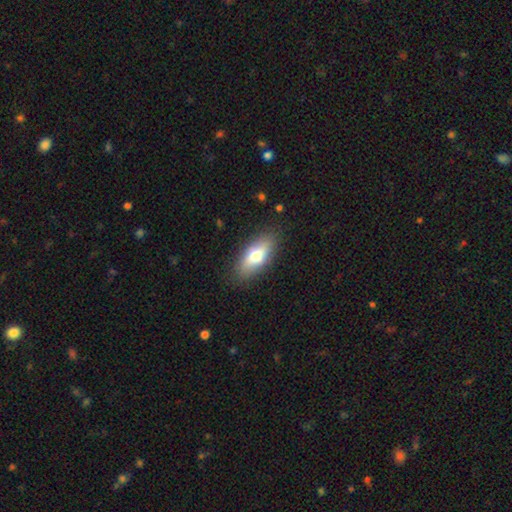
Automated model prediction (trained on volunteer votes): A smooth galaxy with no disk features (69%) that is in between round and cigar-shaped (77%).

Vote fractions:
- Smooth or featured? smooth: 69% / featured or disk: 25% / star or artifact: 7%
- How rounded? in between: 77% / cigar-shaped: 19% / round: 3%
- Merging? none: 85% / minor disturbance: 11% / major disturbance: 3% / merger: 1%